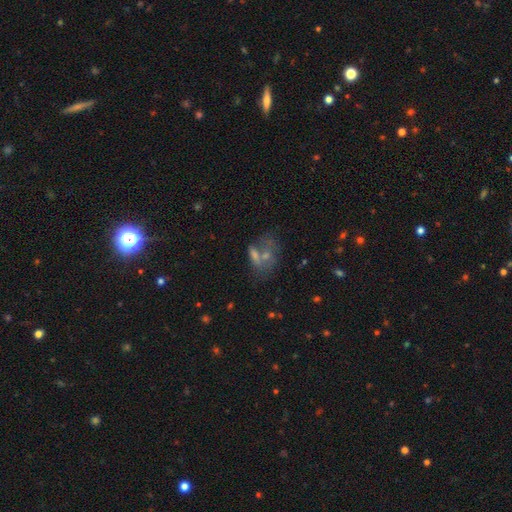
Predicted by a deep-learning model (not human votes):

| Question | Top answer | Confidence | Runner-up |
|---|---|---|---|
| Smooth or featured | smooth | 44% | featured or disk (31%) |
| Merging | merger | 41% | none (33%) |